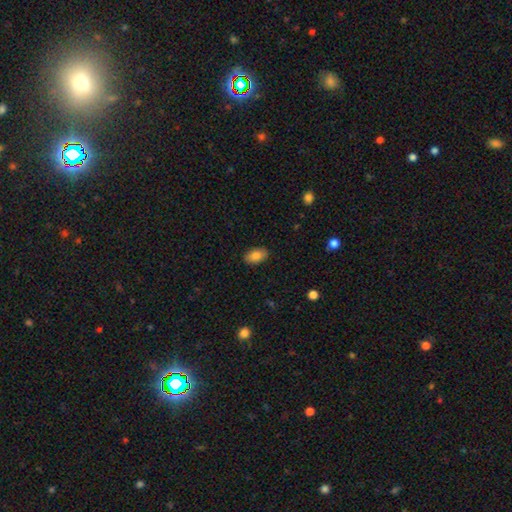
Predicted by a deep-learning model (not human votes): Smooth or featured? Predicted: smooth (p=0.83). How rounded? Predicted: in between (p=0.93). Merging? Predicted: none (p=0.88).